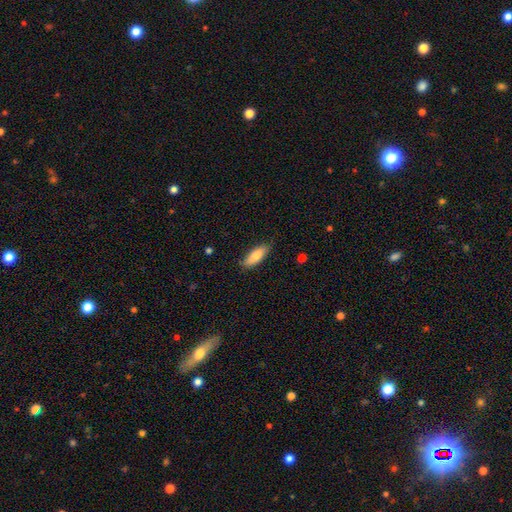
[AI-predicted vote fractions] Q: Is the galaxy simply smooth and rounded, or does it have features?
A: smooth — 81%.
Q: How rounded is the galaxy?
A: in between — 65%.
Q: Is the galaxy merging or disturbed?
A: none — 85%.